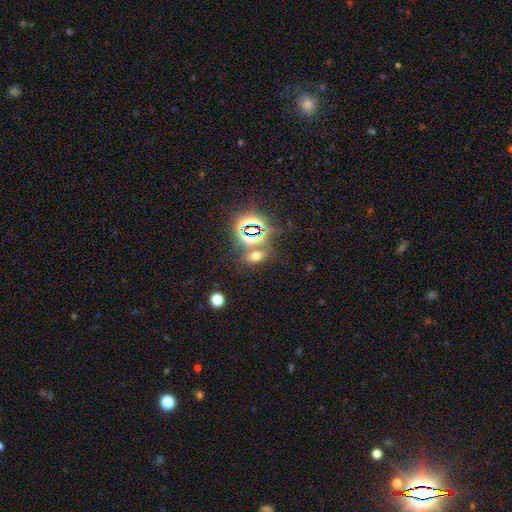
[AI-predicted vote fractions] Morphology: type=smooth (46%); merging=none (67%).